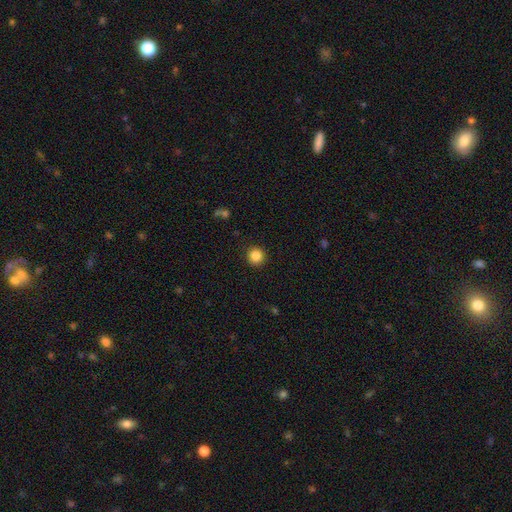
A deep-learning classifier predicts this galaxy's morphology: A smooth galaxy with no disk features (86%) that is round (94%).

Vote fractions:
- Smooth or featured? smooth: 86% / star or artifact: 11% / featured or disk: 4%
- How rounded? round: 94% / in between: 5% / cigar-shaped: 1%
- Merging? none: 91% / minor disturbance: 6% / major disturbance: 2% / merger: 1%